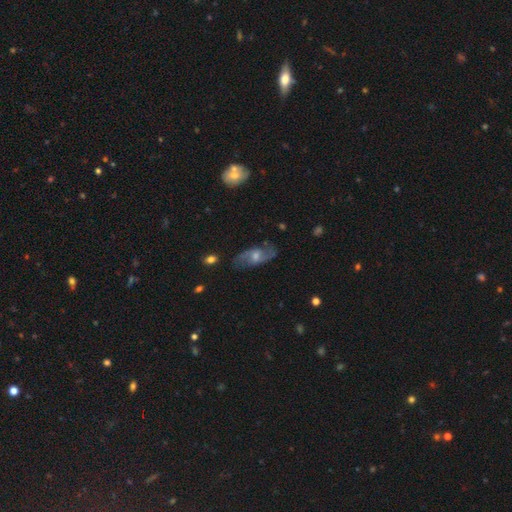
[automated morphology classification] Smooth or featured? Predicted: featured or disk (p=0.78). Edge-on disk? Predicted: no (p=0.93). Bar? Predicted: no (p=0.46). Spiral arms? Predicted: yes (p=0.92). Spiral winding? Predicted: medium (p=0.43, tied with loose). Spiral arm count? Predicted: 2 (p=0.86). Bulge size? Predicted: moderate (p=0.53). Merging? Predicted: none (p=0.77).